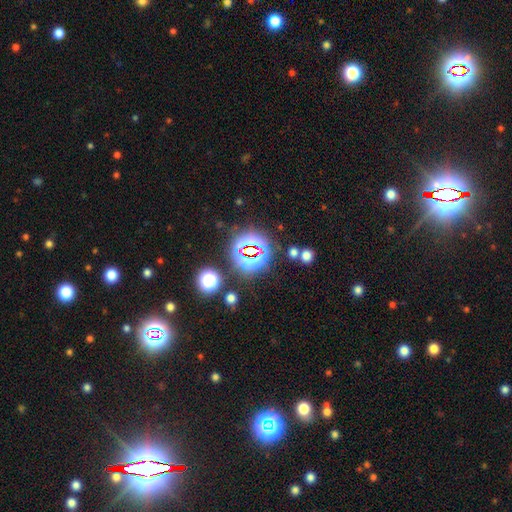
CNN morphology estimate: Smooth or featured? star or artifact (68%)